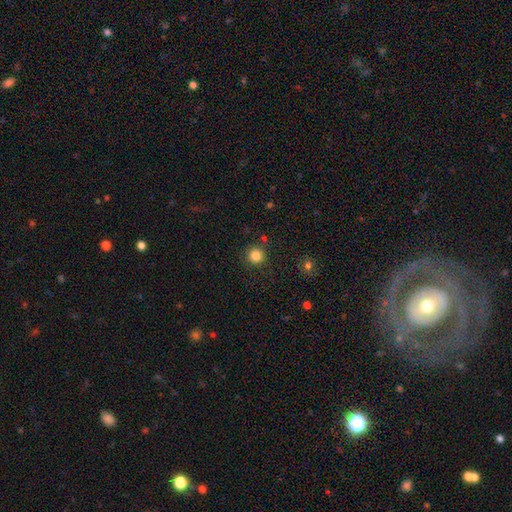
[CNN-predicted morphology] Smooth or featured?
  - smooth: 84% *
  - star or artifact: 12%
  - featured or disk: 4%
How rounded?
  - round: 95% *
  - in between: 5%
  - cigar-shaped: 1%
Merging?
  - none: 87% *
  - minor disturbance: 7%
  - merger: 4%
  - major disturbance: 3%